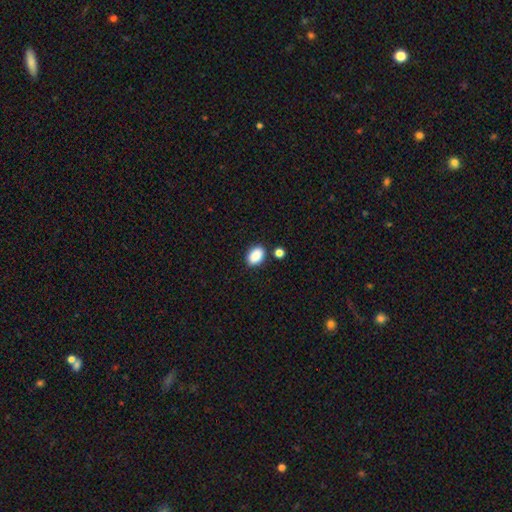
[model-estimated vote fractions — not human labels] A smooth galaxy with no disk features (89%) that is in between round and cigar-shaped (86%).

Vote fractions:
- Smooth or featured? smooth: 89% / star or artifact: 8% / featured or disk: 3%
- How rounded? in between: 86% / round: 13% / cigar-shaped: 1%
- Merging? none: 81% / minor disturbance: 11% / merger: 6% / major disturbance: 3%